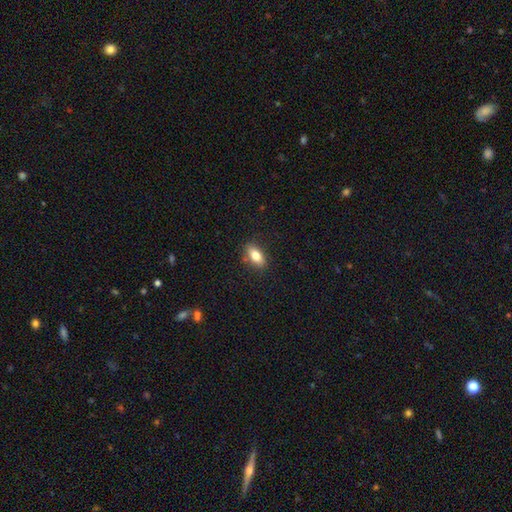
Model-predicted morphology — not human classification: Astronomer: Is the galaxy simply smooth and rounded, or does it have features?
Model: smooth — 78%.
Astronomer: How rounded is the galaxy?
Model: in between — 85%.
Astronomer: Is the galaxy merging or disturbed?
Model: none — 83%.